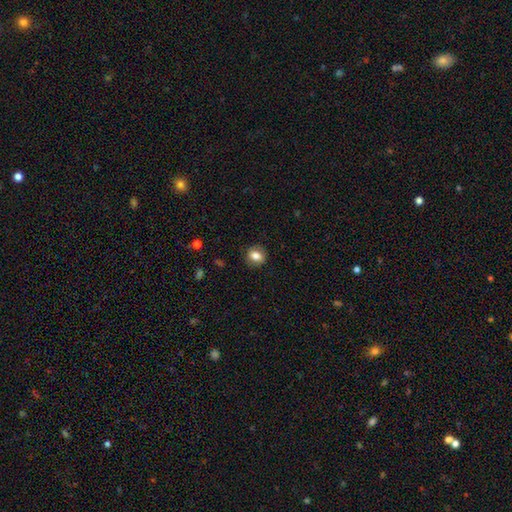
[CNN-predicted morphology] A smooth galaxy with no disk features (79%) that is round (74%). Merging: none (88%).